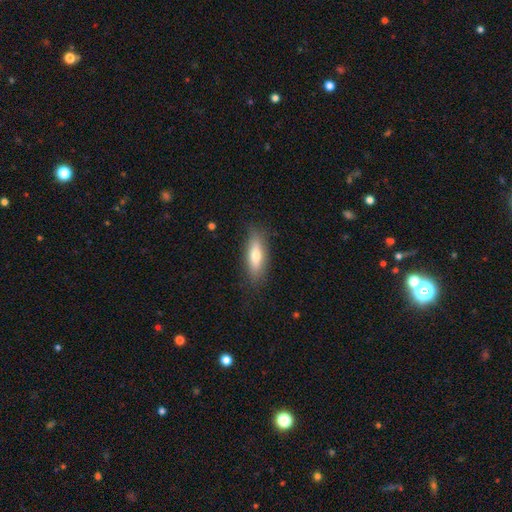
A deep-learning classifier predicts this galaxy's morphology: A smooth galaxy with no disk features (70%) that is in between round and cigar-shaped (53%).

Vote fractions:
- Smooth or featured? smooth: 70% / featured or disk: 24% / star or artifact: 7%
- How rounded? in between: 53% / cigar-shaped: 44% / round: 3%
- Merging? none: 82% / minor disturbance: 14% / major disturbance: 3% / merger: 1%